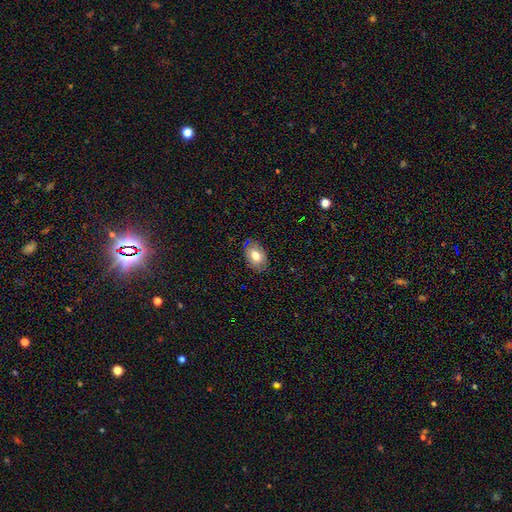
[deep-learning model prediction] This appears to be a smooth galaxy with no disk features (75%) that is in between round and cigar-shaped (79%). Merging: none (81%).